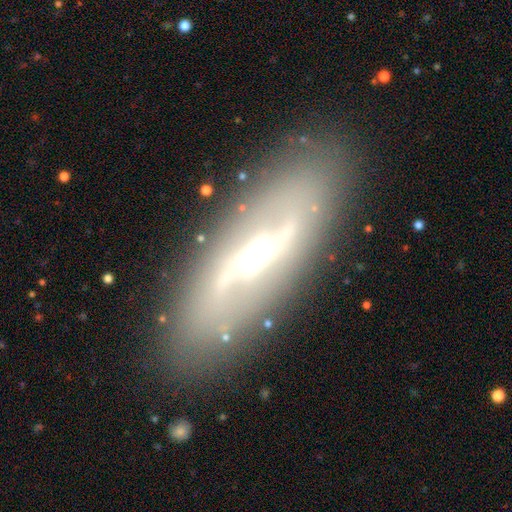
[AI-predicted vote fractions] A featured or disk galaxy (73%) with a weak bar (40%), spiral arms (58%) and a moderate central bulge (62%).

Vote fractions:
- Smooth or featured? featured or disk: 73% / smooth: 19% / star or artifact: 8%
- Edge-on disk? no: 76% / yes: 24%
- Bar? weak: 40% / strong: 39% / no: 21%
- Spiral arms? yes: 58% / no: 42%
- Bulge size? moderate: 62% / small: 25% / large: 9% / dominant: 2% / none: 1%
- Merging? none: 85% / minor disturbance: 10% / major disturbance: 4% / merger: 2%